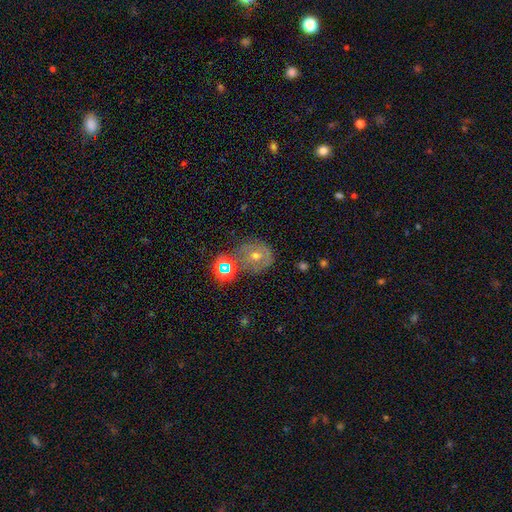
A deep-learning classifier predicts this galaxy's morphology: Smooth or featured: featured or disk — 42% (smooth — 34%)
Merging: none — 66% (minor disturbance — 16%)